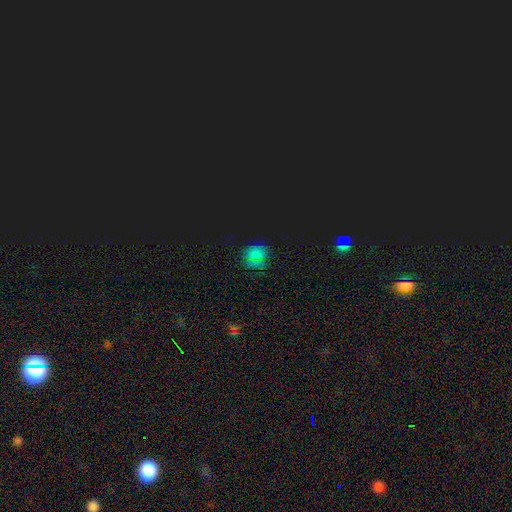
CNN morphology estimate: Smooth or featured: star or artifact — 50% (smooth — 45%)